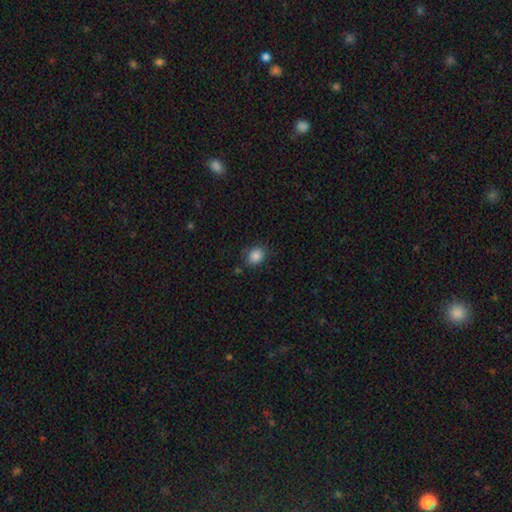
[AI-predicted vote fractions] A smooth galaxy with no disk features (86%) that is round (59%). Merging: none (79%).